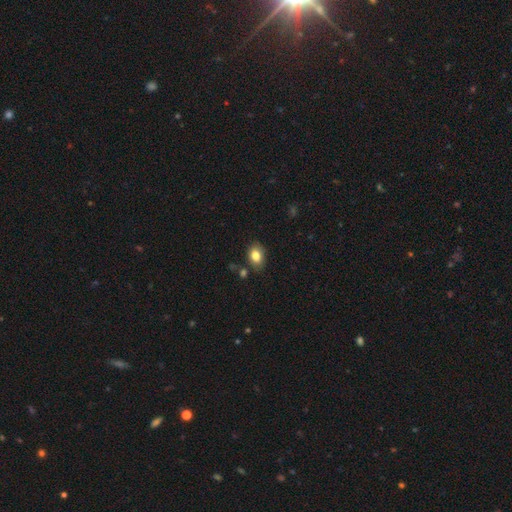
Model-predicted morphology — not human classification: smooth 82%, featured or disk 9%, star or artifact 9%. Down the decision tree: how rounded — in between (77%); merging — none (81%).